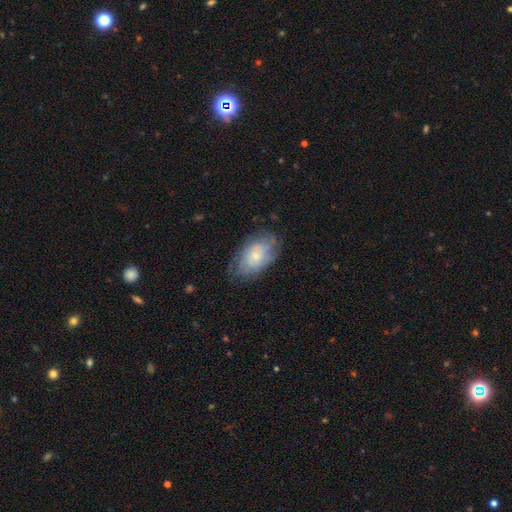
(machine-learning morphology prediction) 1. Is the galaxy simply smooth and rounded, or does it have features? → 52% featured or disk, 41% smooth, 7% star or artifact.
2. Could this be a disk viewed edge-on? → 94% no, 6% yes.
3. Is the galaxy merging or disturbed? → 67% none, 23% minor disturbance, 9% major disturbance, 1% merger.